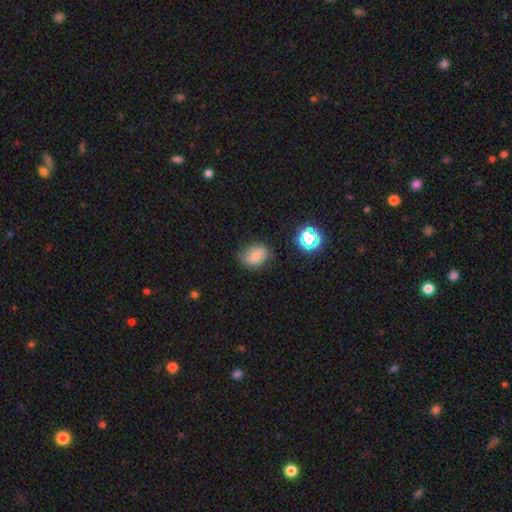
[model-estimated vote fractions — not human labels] smooth 61%, featured or disk 25%, star or artifact 14%. Down the decision tree: how rounded — in between (61%); merging — none (71%).